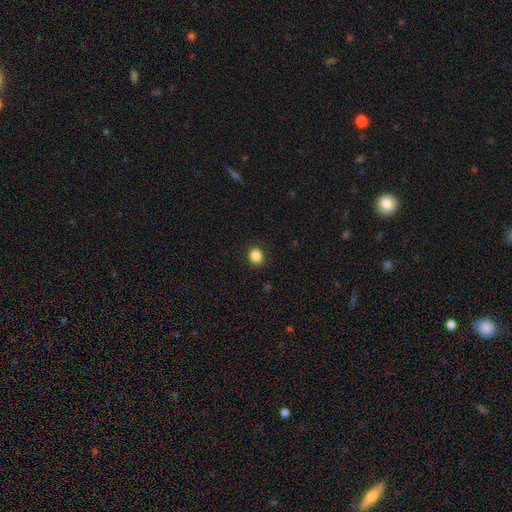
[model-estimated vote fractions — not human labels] Smooth or featured?
  - smooth: 87% *
  - star or artifact: 10%
  - featured or disk: 3%
How rounded?
  - round: 65% *
  - in between: 34%
  - cigar-shaped: 1%
Merging?
  - none: 91% *
  - minor disturbance: 6%
  - major disturbance: 2%
  - merger: 1%